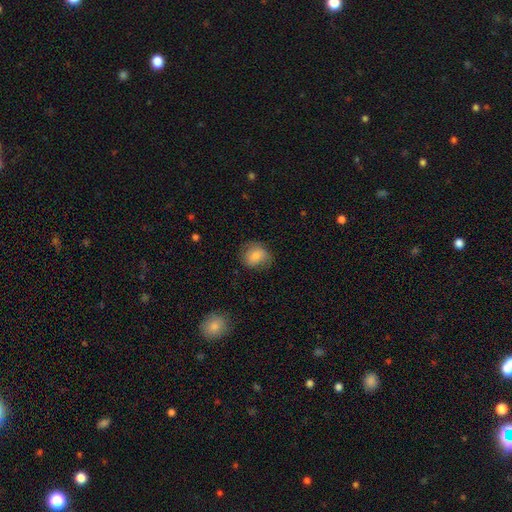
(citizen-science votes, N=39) This appears to be a smooth galaxy with no disk features (72%) that is round (64%). Merging: none (63%).